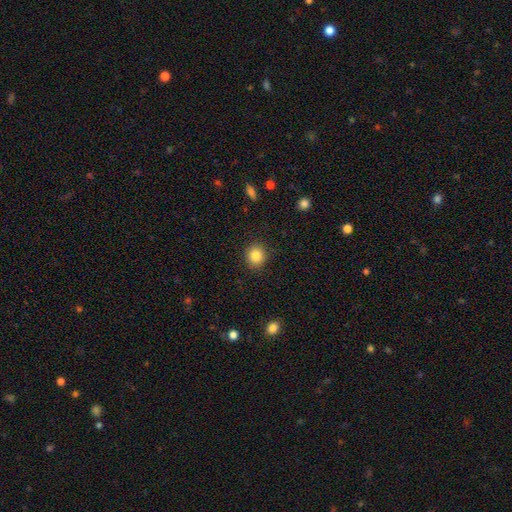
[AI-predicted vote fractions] This appears to be a smooth galaxy with no disk features (84%) that is round (86%). Merging: none (90%).